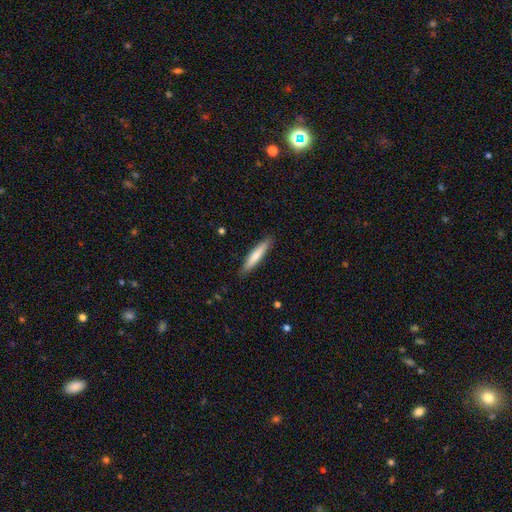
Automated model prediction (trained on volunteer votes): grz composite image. It shows a smooth galaxy with no disk features (69%) that is cigar-shaped (90%). Merging: none (89%).